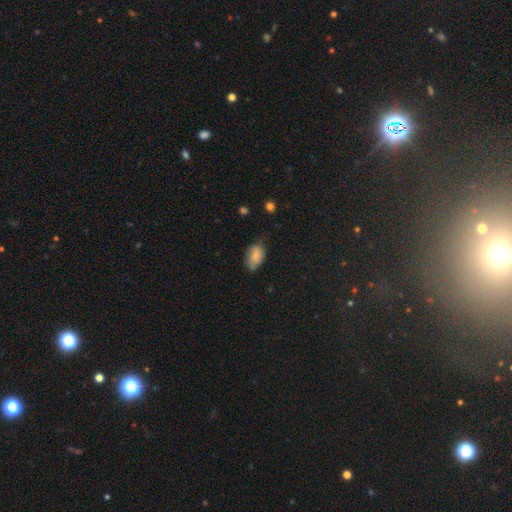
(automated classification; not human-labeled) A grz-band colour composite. It shows a smooth galaxy with no disk features (74%) that is in between round and cigar-shaped (90%). Merging: none (60%).